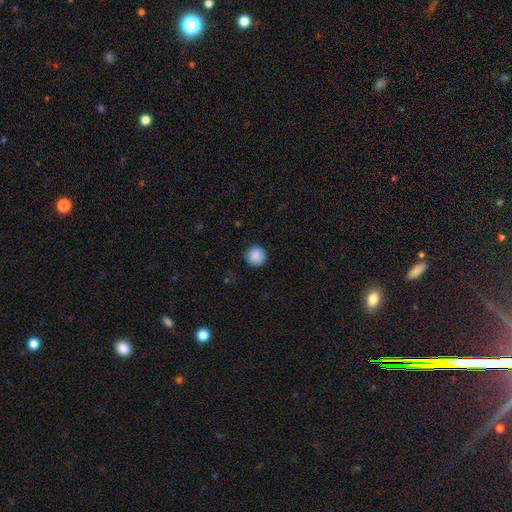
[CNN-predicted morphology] Q: Smooth or featured?
A: smooth (88%); runner-up: star or artifact (8%)
Q: How rounded?
A: round (95%); runner-up: in between (4%)
Q: Merging?
A: none (89%); runner-up: minor disturbance (8%)